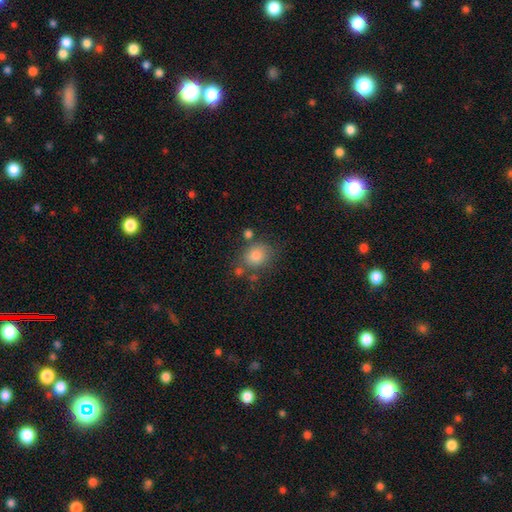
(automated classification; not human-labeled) smooth_or_featured: smooth (p=0.80) [alt: star or artifact p=0.11]
how_rounded: round (p=0.66) [alt: in between p=0.33]
merging: none (p=0.67) [alt: minor disturbance p=0.16]